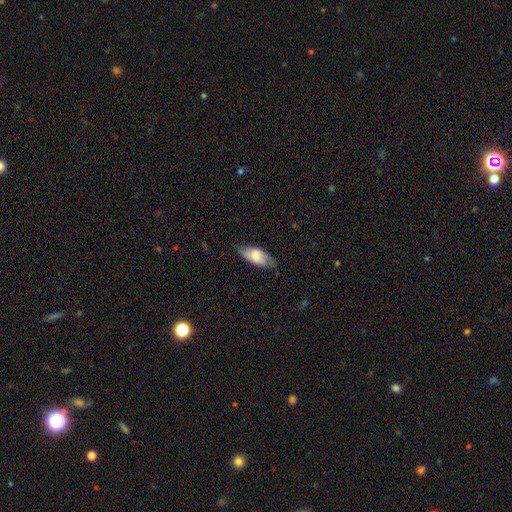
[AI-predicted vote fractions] Smooth or featured?
  - smooth: 70% *
  - featured or disk: 23%
  - star or artifact: 7%
How rounded?
  - in between: 87% *
  - cigar-shaped: 10%
  - round: 3%
Merging?
  - none: 69% *
  - minor disturbance: 24%
  - major disturbance: 5%
  - merger: 1%